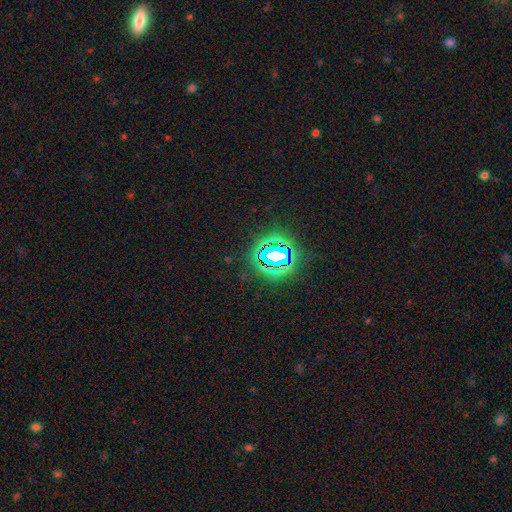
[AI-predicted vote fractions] Smooth or featured?
  - star or artifact: 83% *
  - smooth: 11%
  - featured or disk: 6%